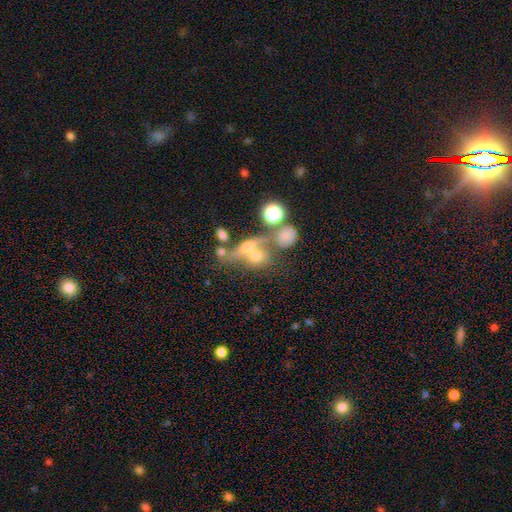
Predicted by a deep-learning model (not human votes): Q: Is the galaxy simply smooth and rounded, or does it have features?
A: smooth — 49%.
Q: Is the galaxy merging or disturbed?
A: merger — 52%.